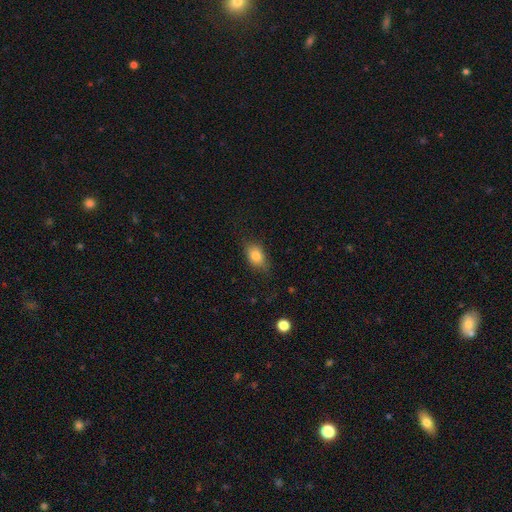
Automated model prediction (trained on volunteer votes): This appears to be a smooth galaxy with no disk features (82%) that is in between round and cigar-shaped (78%). Merging: none (70%).